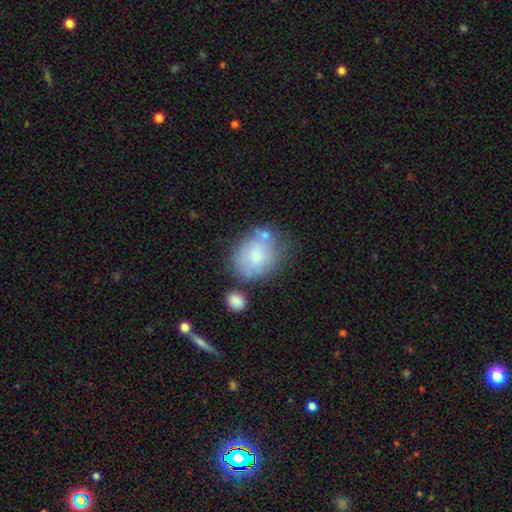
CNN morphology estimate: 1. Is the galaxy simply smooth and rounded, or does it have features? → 73% smooth, 19% featured or disk, 8% star or artifact.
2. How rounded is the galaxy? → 54% round, 45% in between, 1% cigar-shaped.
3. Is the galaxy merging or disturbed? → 53% none, 23% minor disturbance, 16% merger, 8% major disturbance.